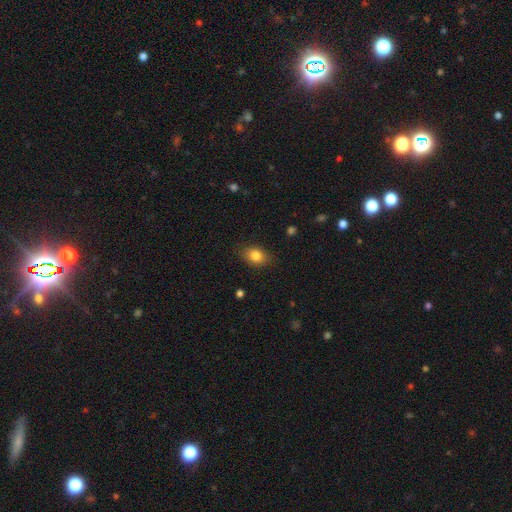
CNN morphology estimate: Overall: smooth (83%). How rounded: in between (72%). Merging: none (84%).